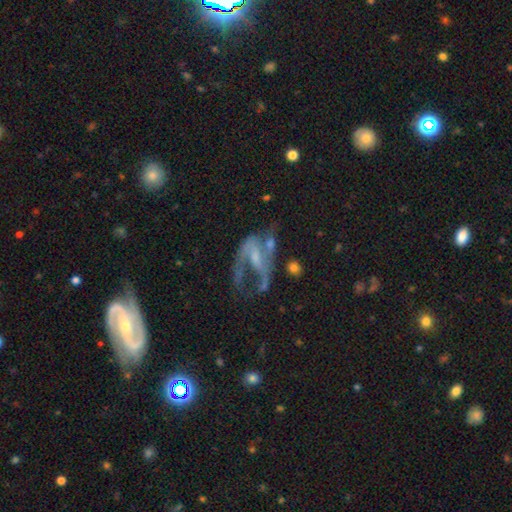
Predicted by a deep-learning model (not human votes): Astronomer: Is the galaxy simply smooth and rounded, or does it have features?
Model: featured or disk — 77%.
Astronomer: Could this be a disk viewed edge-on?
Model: no — 96%.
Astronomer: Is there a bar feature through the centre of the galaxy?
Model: weak — 40% (runner-up: no, 36%).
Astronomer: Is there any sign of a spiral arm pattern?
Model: yes — 73%.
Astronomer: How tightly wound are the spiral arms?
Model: loose — 52% (runner-up: medium, 37%).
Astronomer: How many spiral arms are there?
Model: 2 — 62%.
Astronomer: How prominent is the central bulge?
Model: small — 44% (runner-up: moderate, 28%).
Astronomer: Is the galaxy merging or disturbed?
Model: major disturbance — 42% (runner-up: none, 27%).